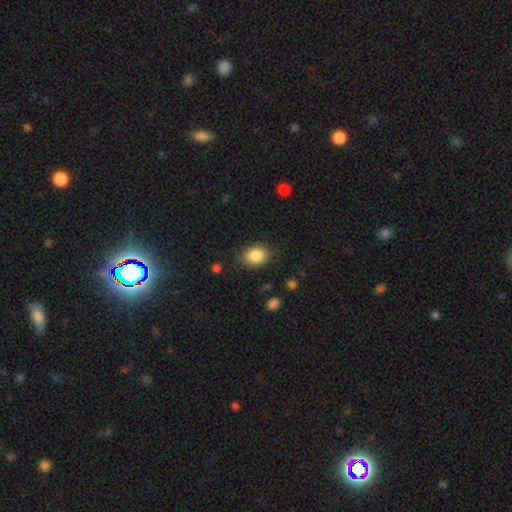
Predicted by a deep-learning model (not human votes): Overall: smooth (87%). How rounded: in between (66%; round 33%). Merging: none (82%).